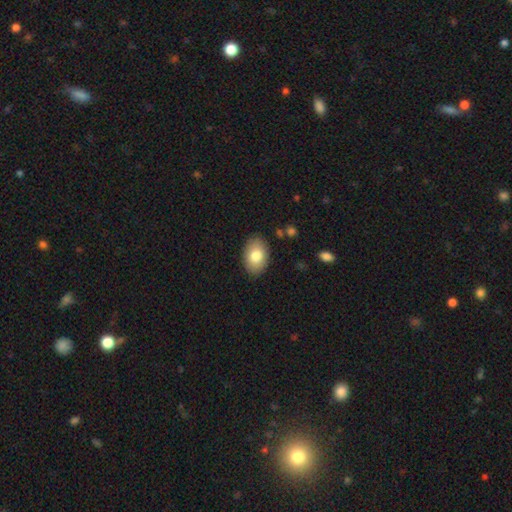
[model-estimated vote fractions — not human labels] Q: Smooth or featured?
A: smooth (80%); runner-up: featured or disk (13%)
Q: How rounded?
A: in between (86%); runner-up: round (13%)
Q: Merging?
A: none (87%); runner-up: minor disturbance (9%)